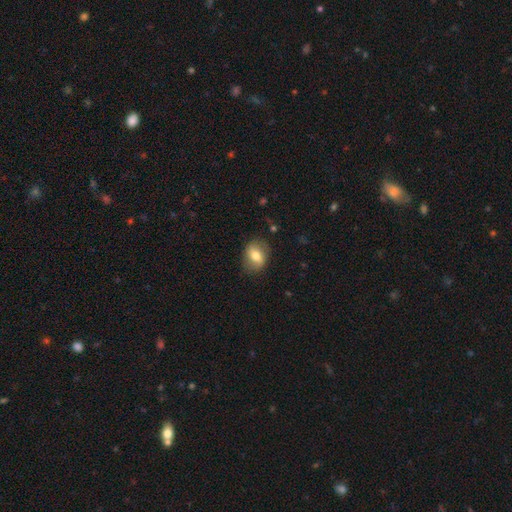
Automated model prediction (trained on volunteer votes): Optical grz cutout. It shows a smooth galaxy with no disk features (68%) that is in between round and cigar-shaped (65%). Merging: none (78%).